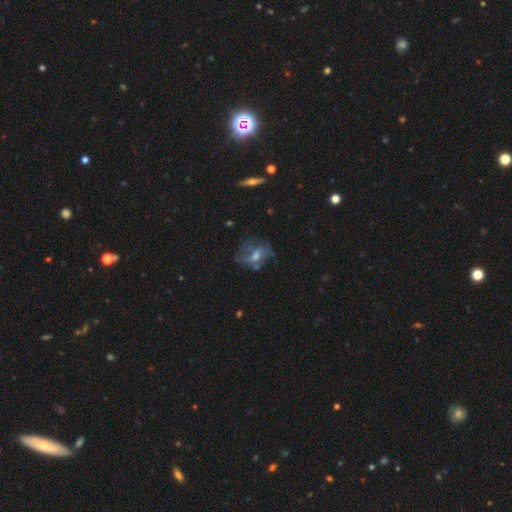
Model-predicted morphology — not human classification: Smooth or featured? Predicted: featured or disk (p=0.66). Edge-on disk? Predicted: no (p=0.96). Bar? Predicted: weak (p=0.45). Spiral arms? Predicted: yes (p=0.71). Bulge size? Predicted: moderate (p=0.52). Merging? Predicted: none (p=0.49).